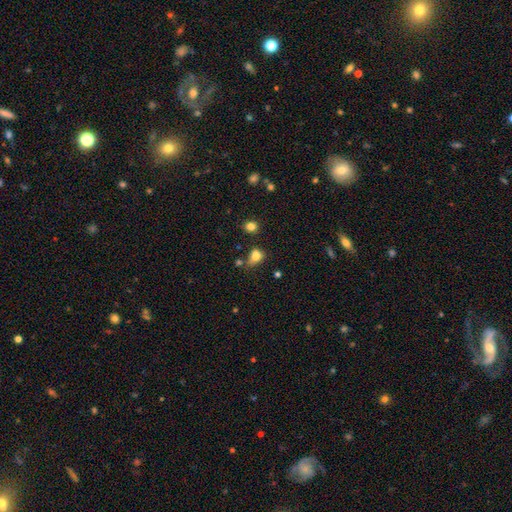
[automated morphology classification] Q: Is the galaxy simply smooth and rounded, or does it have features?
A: smooth — 80%.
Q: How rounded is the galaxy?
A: in between — 60%.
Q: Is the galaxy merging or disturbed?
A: none — 50%.